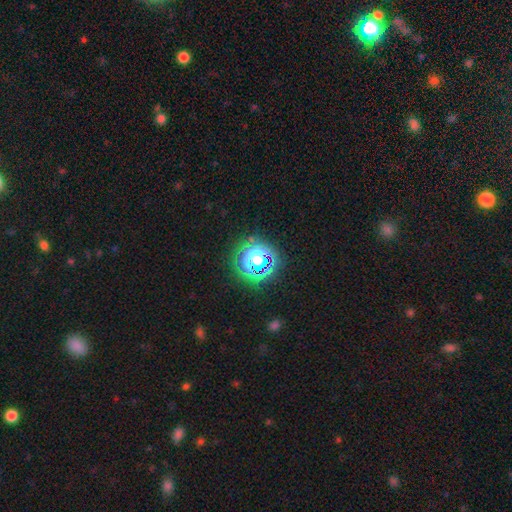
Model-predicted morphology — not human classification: Q: Smooth or featured?
A: star or artifact (75%); runner-up: smooth (18%)